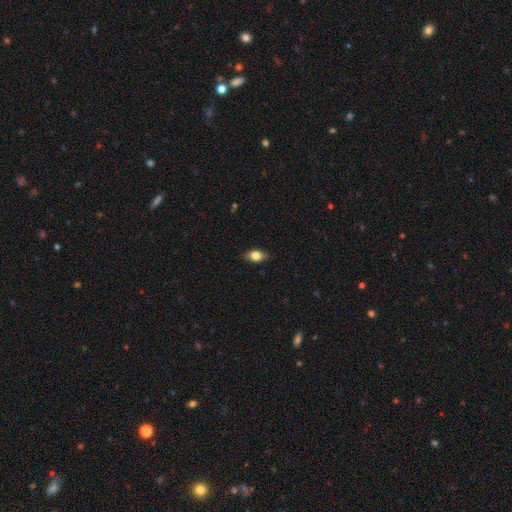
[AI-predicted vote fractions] A smooth galaxy with no disk features (78%) that is in between round and cigar-shaped (82%).

Vote fractions:
- Smooth or featured? smooth: 78% / featured or disk: 14% / star or artifact: 8%
- How rounded? in between: 82% / round: 12% / cigar-shaped: 5%
- Merging? none: 84% / minor disturbance: 13% / major disturbance: 2% / merger: 1%